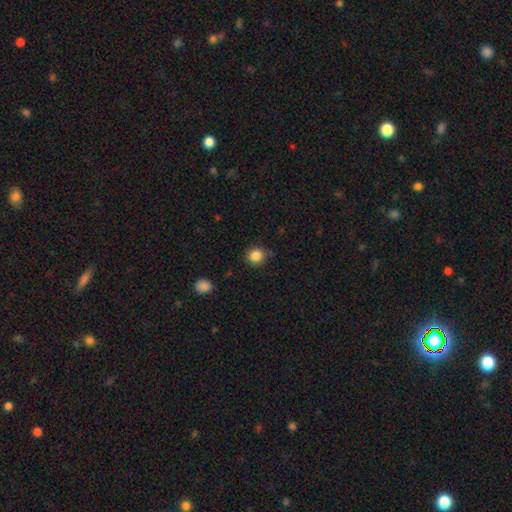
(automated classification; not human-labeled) smooth_or_featured: smooth (p=0.86) [alt: star or artifact p=0.10]
how_rounded: round (p=0.87) [alt: in between p=0.12]
merging: none (p=0.80) [alt: minor disturbance p=0.15]